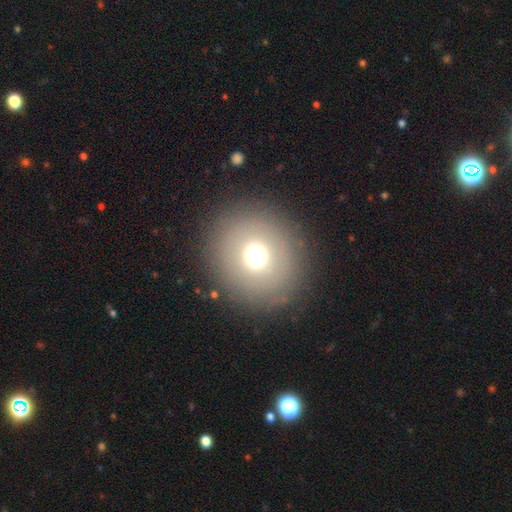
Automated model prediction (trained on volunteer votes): This is likely a smooth galaxy (66%). How rounded: clearly round (90%). Merging: clearly none (87%).